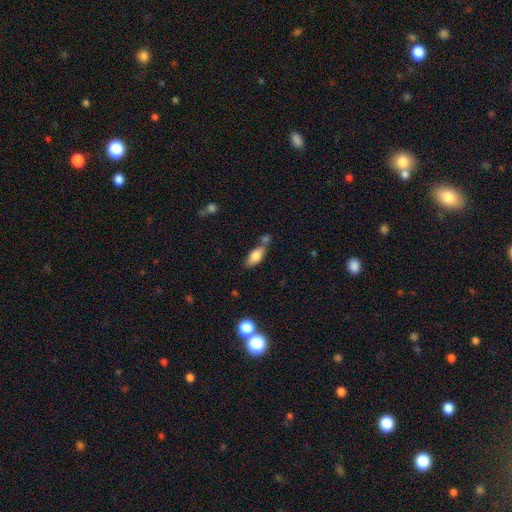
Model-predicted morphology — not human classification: This appears to be a smooth galaxy with no disk features (80%) that is in between round and cigar-shaped (83%). Merging: none (51%).